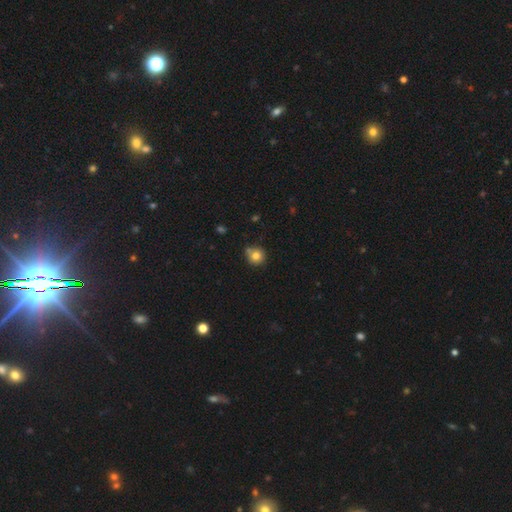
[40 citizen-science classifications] A smooth galaxy with no disk features (78%) that is round (87%).

Vote fractions:
- Smooth or featured? smooth: 78% / star or artifact: 12% / featured or disk: 10%
- How rounded? round: 87% / in between: 10% / cigar-shaped: 3%
- Merging? none: 66% / minor disturbance: 17% / major disturbance: 9% / merger: 9%